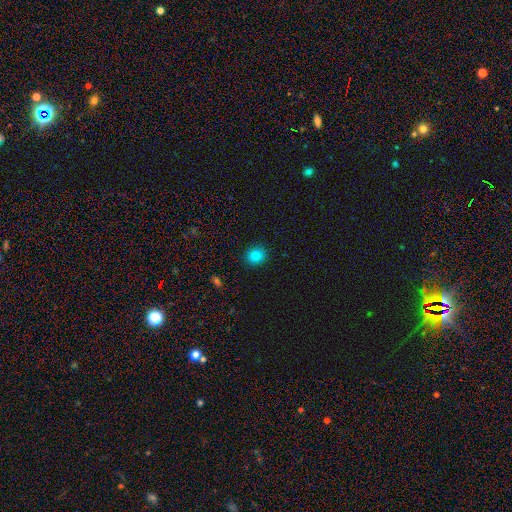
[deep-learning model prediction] A smooth galaxy with no disk features (83%) that is round (83%). Merging: none (91%).